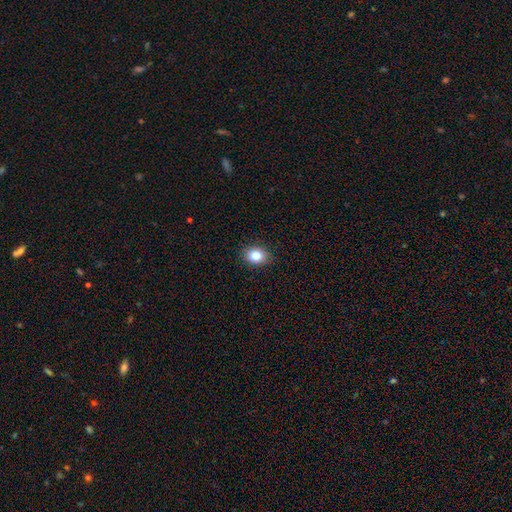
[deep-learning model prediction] A smooth galaxy with no disk features (84%) that is in between round and cigar-shaped (61%).

Vote fractions:
- Smooth or featured? smooth: 84% / star or artifact: 10% / featured or disk: 6%
- How rounded? in between: 61% / round: 38% / cigar-shaped: 1%
- Merging? none: 88% / minor disturbance: 9% / major disturbance: 2% / merger: 1%